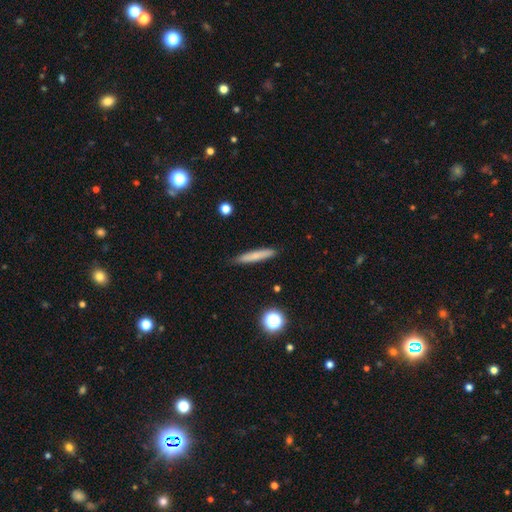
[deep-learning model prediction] Smooth or featured: smooth — 74% (featured or disk — 18%)
How rounded: cigar-shaped — 93% (in between — 5%)
Merging: none — 88% (minor disturbance — 9%)